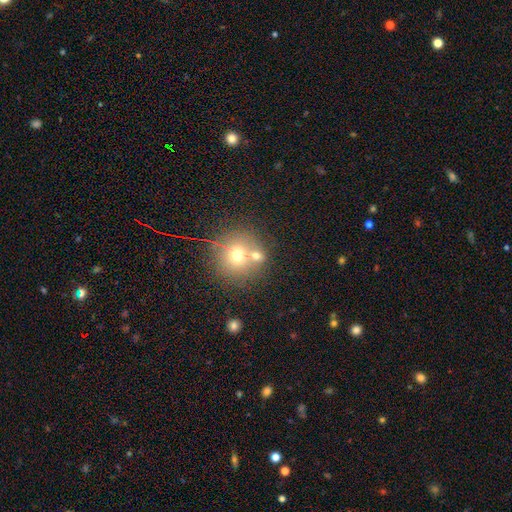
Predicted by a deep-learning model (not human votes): Smooth or featured? Predicted: smooth (p=0.63). How rounded? Predicted: round (p=0.88). Merging? Predicted: none (p=0.53).